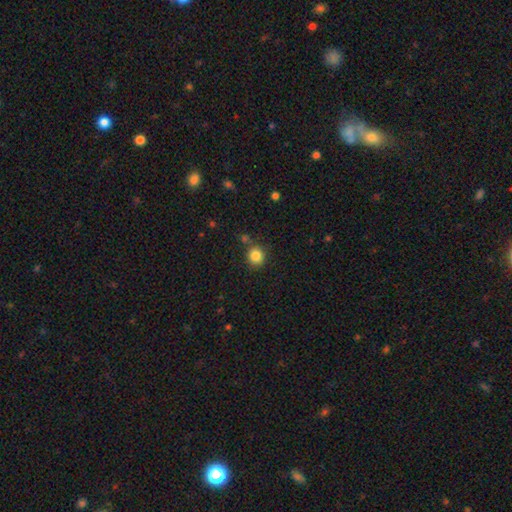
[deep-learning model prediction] smooth 85%, star or artifact 10%, featured or disk 4%. Down the decision tree: how rounded — round (87%); merging — none (79%).